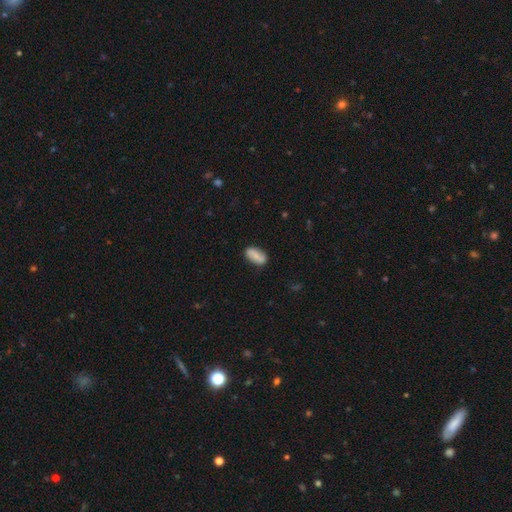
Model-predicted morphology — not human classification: type=smooth (69%); roundness=in between (89%); merging=none (81%).